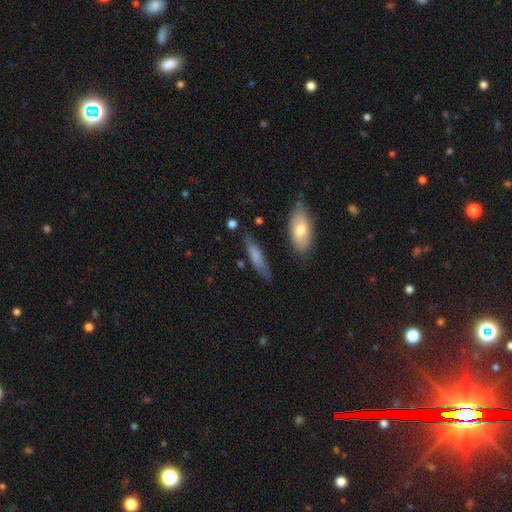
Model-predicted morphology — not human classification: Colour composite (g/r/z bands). It shows a smooth galaxy with no disk features (70%) that is cigar-shaped (75%). Merging: none (77%).